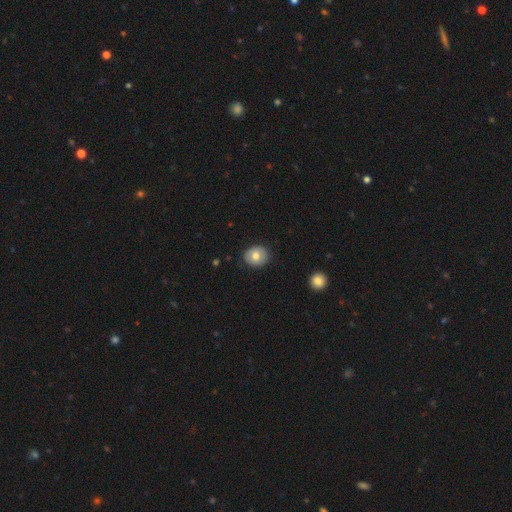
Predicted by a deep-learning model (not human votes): The model was most divided on "how rounded": round: 67%, in between: 32%, cigar-shaped: 1%. More confident: merging — none (88%); smooth or featured — smooth (75%).